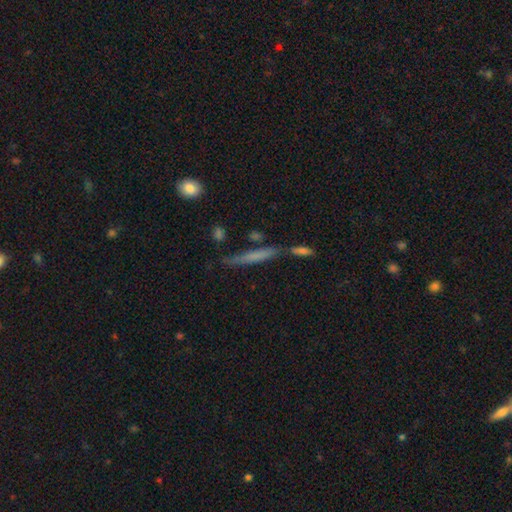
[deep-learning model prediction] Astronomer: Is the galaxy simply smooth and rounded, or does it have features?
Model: smooth — 52% (runner-up: featured or disk, 39%).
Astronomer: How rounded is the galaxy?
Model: cigar-shaped — 92%.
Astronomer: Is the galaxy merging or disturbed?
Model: none — 67%.